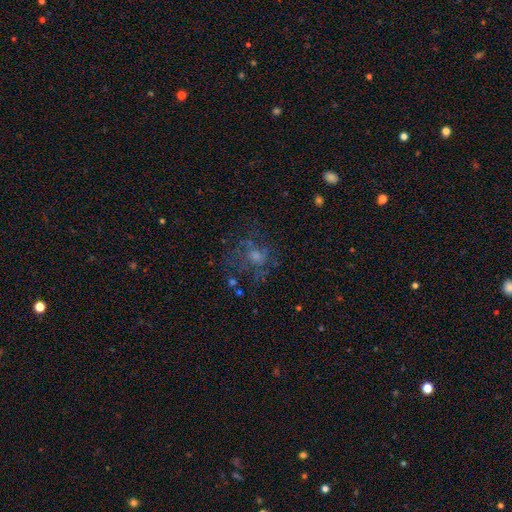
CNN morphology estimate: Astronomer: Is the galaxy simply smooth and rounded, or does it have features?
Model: featured or disk — 44% (runner-up: smooth, 36%).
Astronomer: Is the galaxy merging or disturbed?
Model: none — 54%.